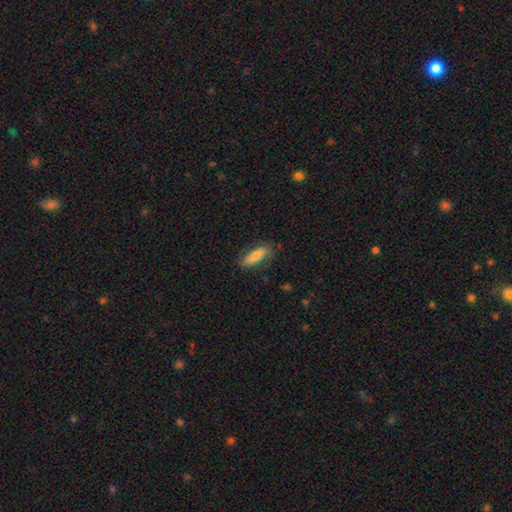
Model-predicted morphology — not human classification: type=smooth (74%); roundness=in between (60%); merging=none (79%).